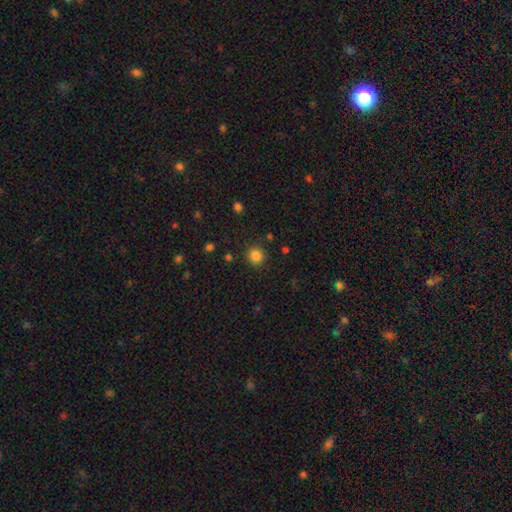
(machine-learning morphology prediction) smooth_or_featured: smooth (p=0.84) [alt: star or artifact p=0.12]
how_rounded: round (p=0.93) [alt: in between p=0.06]
merging: none (p=0.89) [alt: minor disturbance p=0.07]